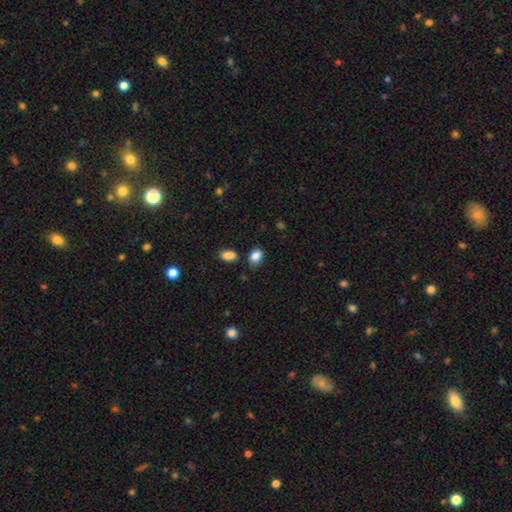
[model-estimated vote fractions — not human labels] smooth-or-featured: smooth: 86% | star or artifact: 9% | featured or disk: 5%
  how-rounded: in between: 81% | round: 18% | cigar-shaped: 1%
  merging: none: 70% | minor disturbance: 19% | merger: 6% | major disturbance: 4%